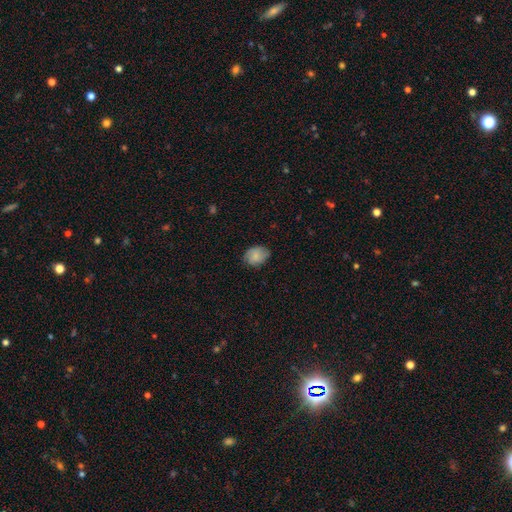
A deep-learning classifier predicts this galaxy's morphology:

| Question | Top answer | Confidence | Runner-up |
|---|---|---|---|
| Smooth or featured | smooth | 80% | featured or disk (12%) |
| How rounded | in between | 65% | round (34%) |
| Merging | none | 74% | minor disturbance (21%) |